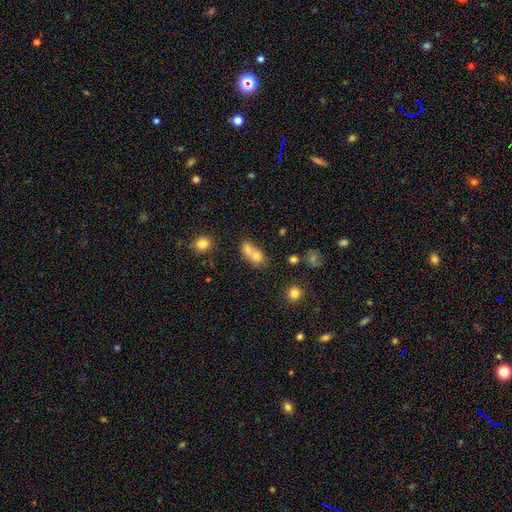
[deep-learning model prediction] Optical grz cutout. It shows a smooth galaxy with no disk features (70%) that is in between round and cigar-shaped (49%, tied with round). Merging: merger (66%).